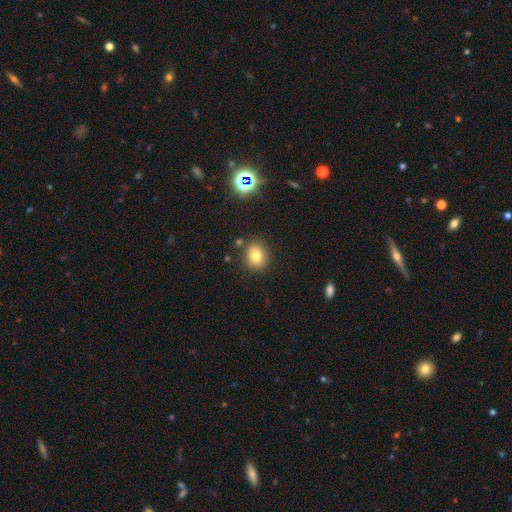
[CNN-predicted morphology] Smooth or featured? smooth (77%)
How rounded? round (65%)
Merging? none (82%)